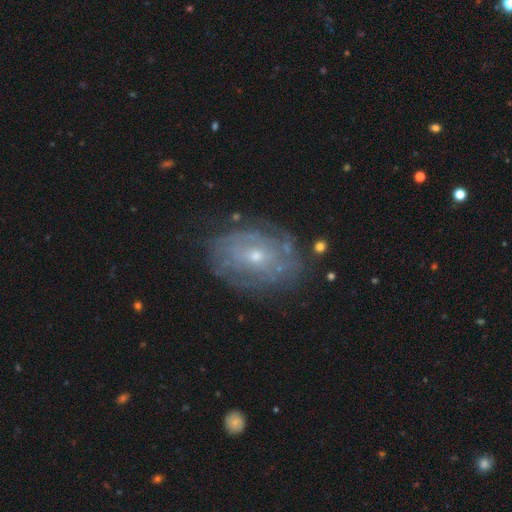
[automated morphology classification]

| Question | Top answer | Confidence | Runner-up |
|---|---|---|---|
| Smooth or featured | featured or disk | 76% | smooth (16%) |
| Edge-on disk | no | 96% | yes (4%) |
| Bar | no | 67% | weak (28%) |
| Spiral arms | yes | 77% | no (23%) |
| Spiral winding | tight | 68% | medium (23%) |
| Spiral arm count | can't tell | 59% | 2 (16%) |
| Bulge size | small | 62% | moderate (35%) |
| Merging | none | 74% | minor disturbance (17%) |